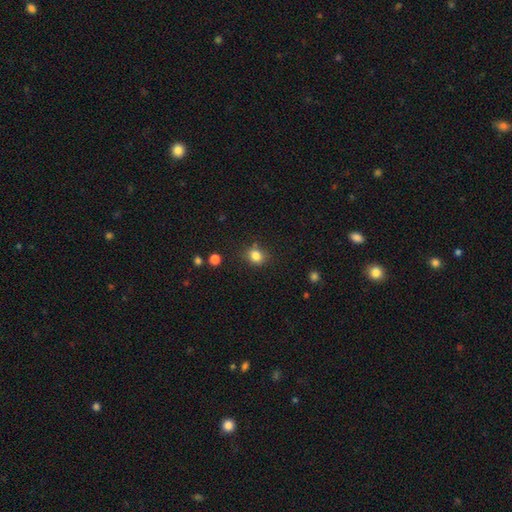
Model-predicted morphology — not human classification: Overall: smooth (83%). How rounded: round (68%; in between 32%). Merging: none (79%).